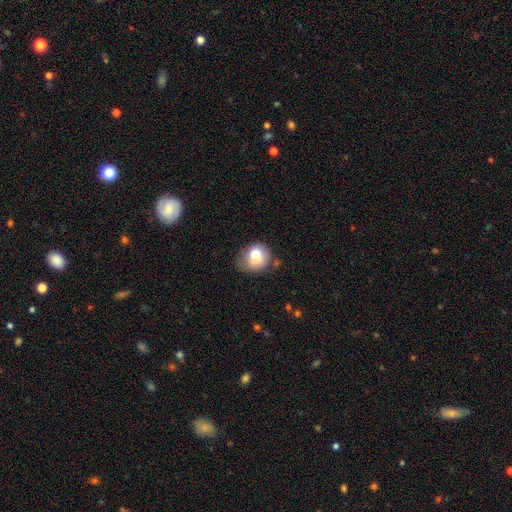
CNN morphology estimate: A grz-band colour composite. It shows a smooth galaxy with no disk features (75%) that is round (67%). Merging: none (46%).